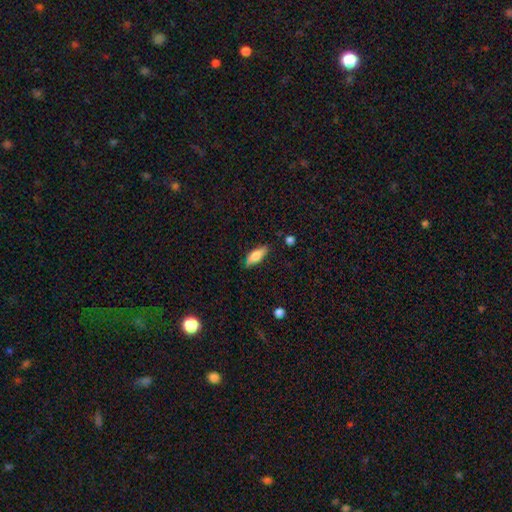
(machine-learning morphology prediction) This appears to be a smooth galaxy with no disk features (71%) that is in between round and cigar-shaped (72%). Merging: none (76%).